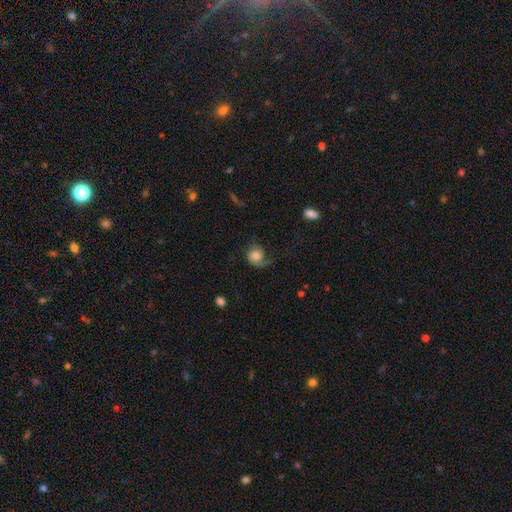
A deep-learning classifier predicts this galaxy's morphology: featured or disk 50%, smooth 42%, star or artifact 8%. Down the decision tree: edge-on disk — no (97%); merging — none (48%).